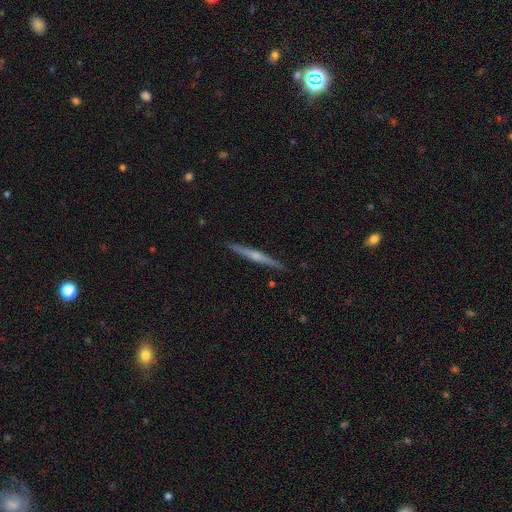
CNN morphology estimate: The model was most divided on "edge-on bulge": rounded: 66%, none: 26%, boxy: 8%. More confident: edge-on disk — yes (98%); merging — none (91%); smooth or featured — featured or disk (69%).